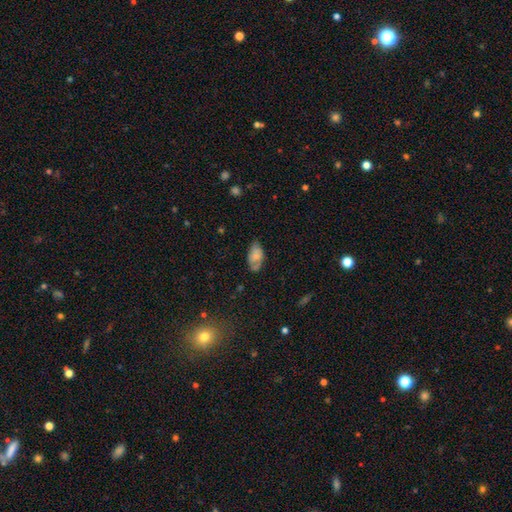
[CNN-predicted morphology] Smooth or featured? smooth (65%)
How rounded? in between (93%)
Merging? none (59%)